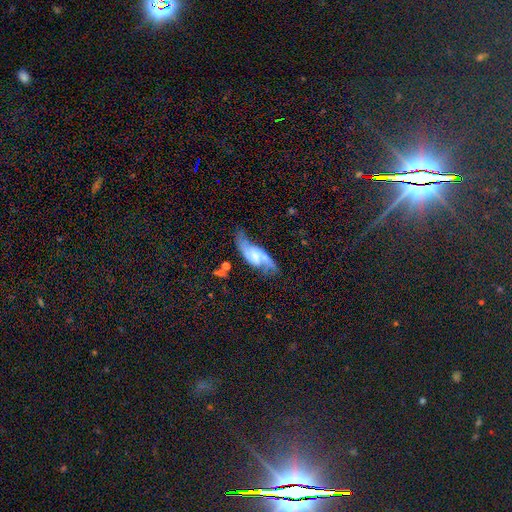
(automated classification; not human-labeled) Q: Smooth or featured?
A: featured or disk (68%); runner-up: smooth (23%)
Q: Edge-on disk?
A: no (85%); runner-up: yes (15%)
Q: Bar?
A: no (47%); runner-up: weak (38%)
Q: Spiral arms?
A: yes (86%); runner-up: no (14%)
Q: Spiral winding?
A: loose (60%); runner-up: medium (30%)
Q: Spiral arm count?
A: 2 (85%); runner-up: can't tell (8%)
Q: Bulge size?
A: small (39%); runner-up: moderate (33%)
Q: Merging?
A: none (46%); runner-up: minor disturbance (25%)